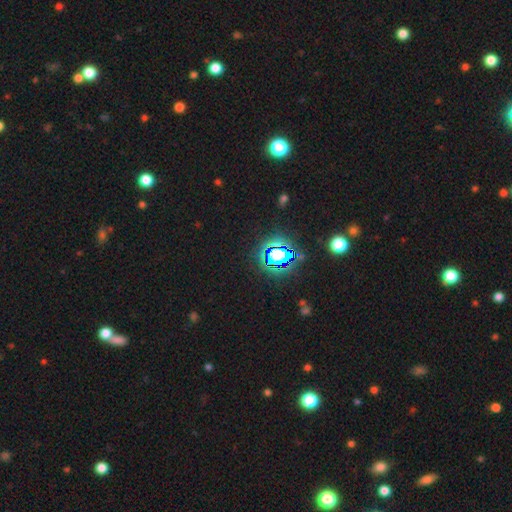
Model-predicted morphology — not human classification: Smooth or featured: star or artifact — 80% (smooth — 13%)